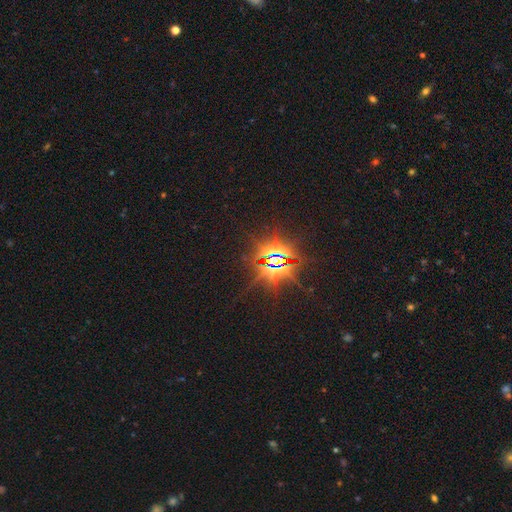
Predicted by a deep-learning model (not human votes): smooth-or-featured: star or artifact: 87% | smooth: 7% | featured or disk: 6%